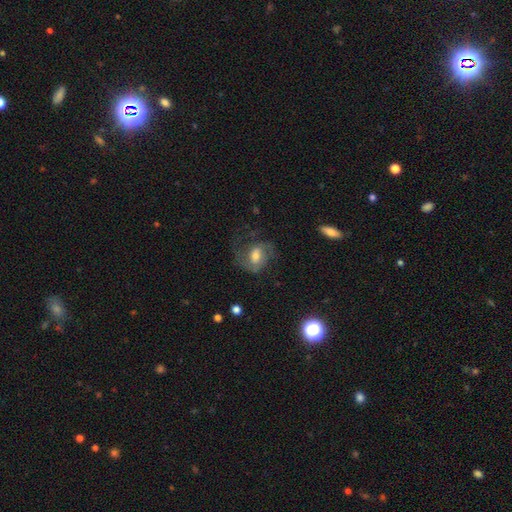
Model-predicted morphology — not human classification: type=featured or disk (62%); edge-on=no (96%); bar=weak (45%); spiral arms=yes (86%); winding=medium (49%); arm count=2 (70%); bulge=moderate (59%); merging=none (52%).